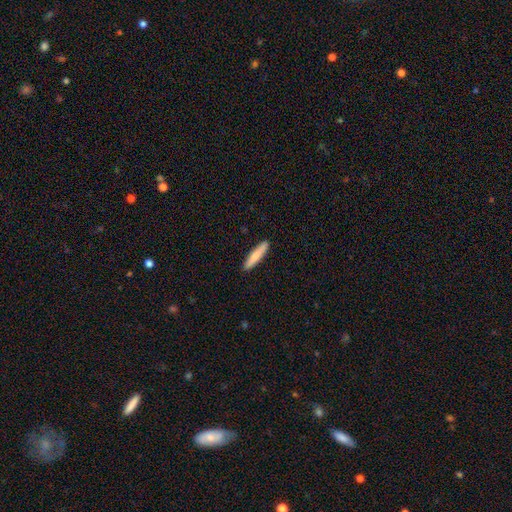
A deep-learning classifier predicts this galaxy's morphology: Overall: smooth (79%). How rounded: cigar-shaped (89%). Merging: none (91%).